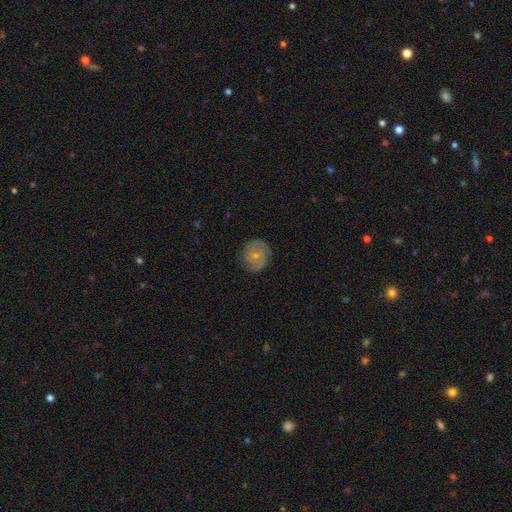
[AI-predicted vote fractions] Overall: featured or disk (52%; smooth 41%). Edge-on disk: no (97%). Bar: no (66%; weak 29%). Spiral arms: yes (79%). Bulge size: small (59%; moderate 36%). Merging: none (77%).